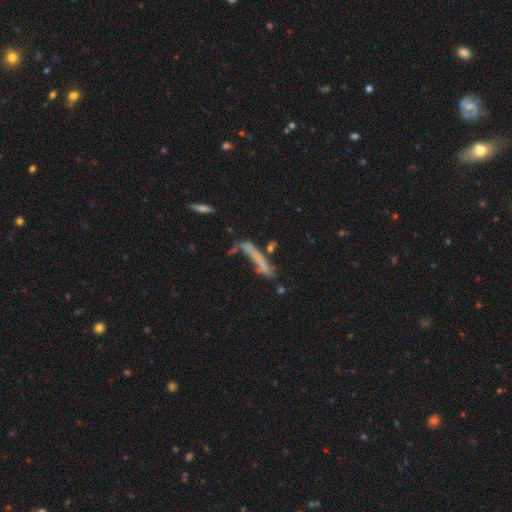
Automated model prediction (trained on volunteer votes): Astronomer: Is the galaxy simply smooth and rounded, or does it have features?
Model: smooth — 54% (runner-up: featured or disk, 34%).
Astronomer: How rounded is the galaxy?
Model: cigar-shaped — 89%.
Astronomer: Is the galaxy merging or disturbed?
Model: none — 39% (runner-up: major disturbance, 23%).